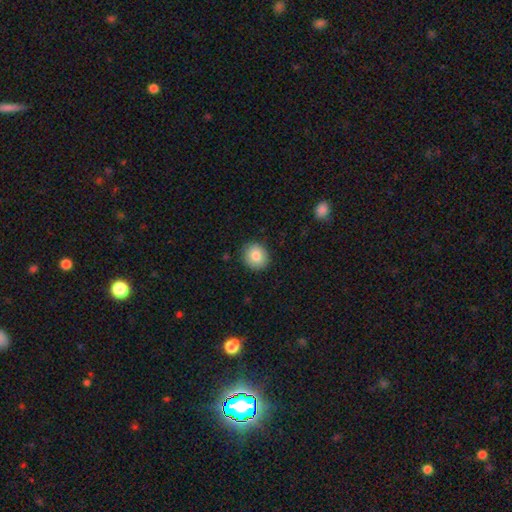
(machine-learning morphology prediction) Smooth or featured?
  - smooth: 84% *
  - featured or disk: 8%
  - star or artifact: 8%
How rounded?
  - round: 81% *
  - in between: 18%
  - cigar-shaped: 1%
Merging?
  - none: 89% *
  - minor disturbance: 8%
  - major disturbance: 2%
  - merger: 1%